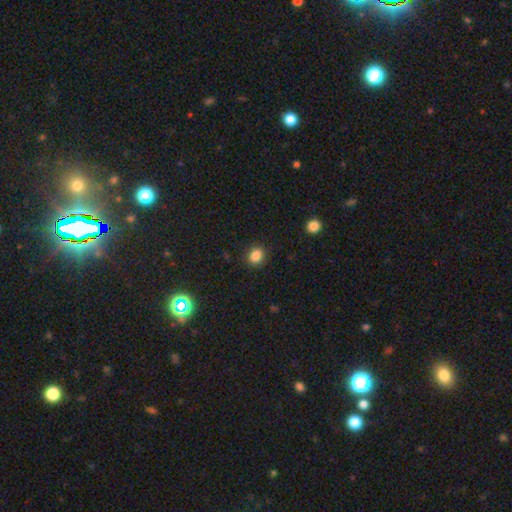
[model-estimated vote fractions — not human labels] This is clearly a smooth galaxy (84%). How rounded: likely round (62%). Merging: clearly none (89%).